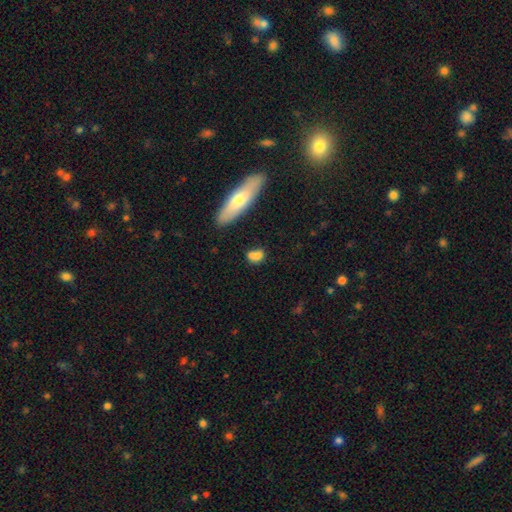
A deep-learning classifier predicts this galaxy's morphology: smooth_or_featured: smooth (p=0.73) [alt: featured or disk p=0.16]
how_rounded: in between (p=0.53) [alt: round p=0.39]
merging: none (p=0.46) [alt: merger p=0.31]